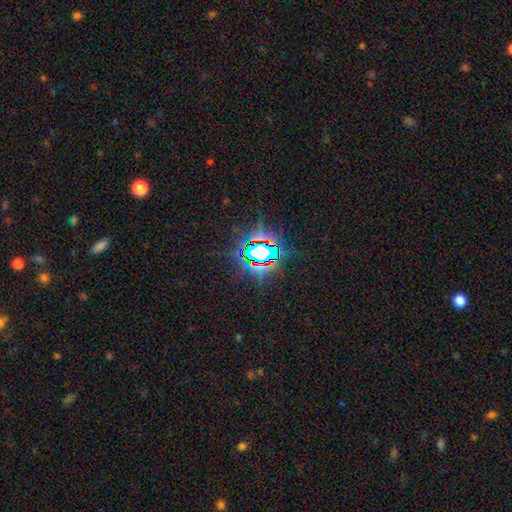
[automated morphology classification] Overall: star or artifact (78%).